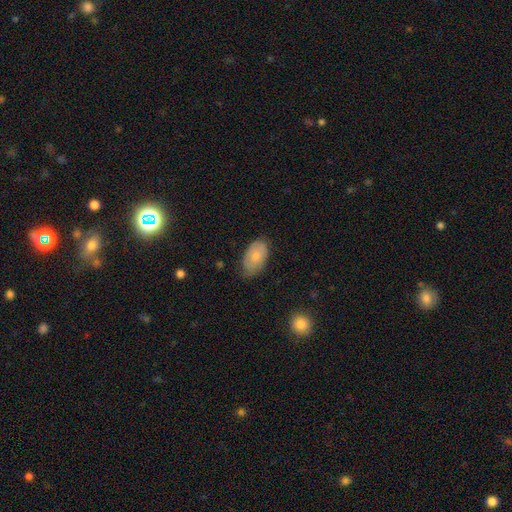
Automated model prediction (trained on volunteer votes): Smooth or featured? Predicted: smooth (p=0.72). How rounded? Predicted: in between (p=0.94). Merging? Predicted: none (p=0.63).